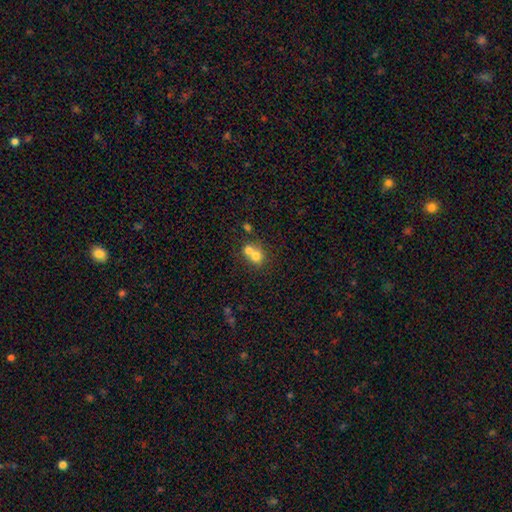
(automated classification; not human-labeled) A smooth galaxy with no disk features (71%) that is round (76%). Merging: merger (65%).